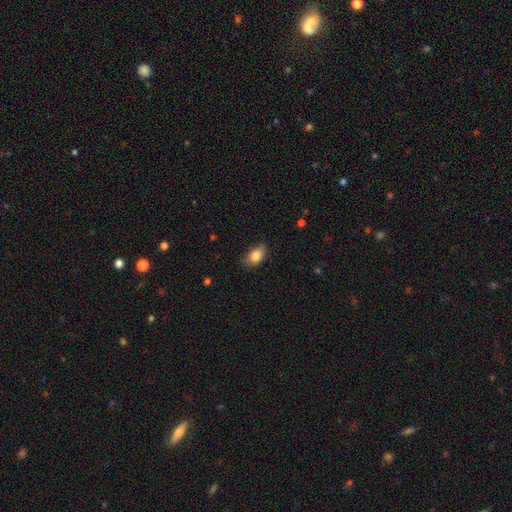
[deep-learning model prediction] Smooth or featured? smooth (82%)
How rounded? in between (86%)
Merging? none (60%)